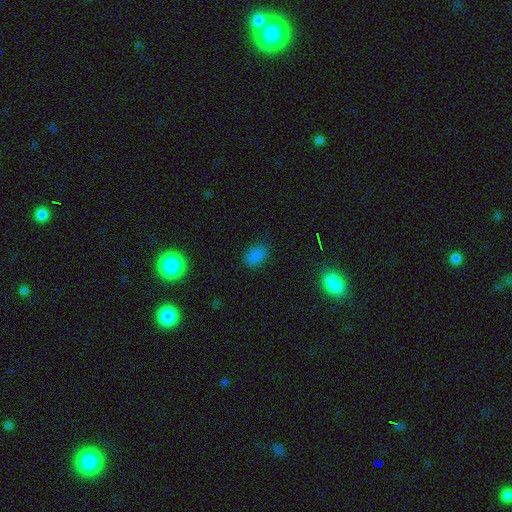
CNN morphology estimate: A smooth galaxy with no disk features (80%) that is in between round and cigar-shaped (87%).

Vote fractions:
- Smooth or featured? smooth: 80% / star or artifact: 17% / featured or disk: 4%
- How rounded? in between: 87% / round: 12% / cigar-shaped: 2%
- Merging? none: 83% / minor disturbance: 12% / major disturbance: 3% / merger: 1%